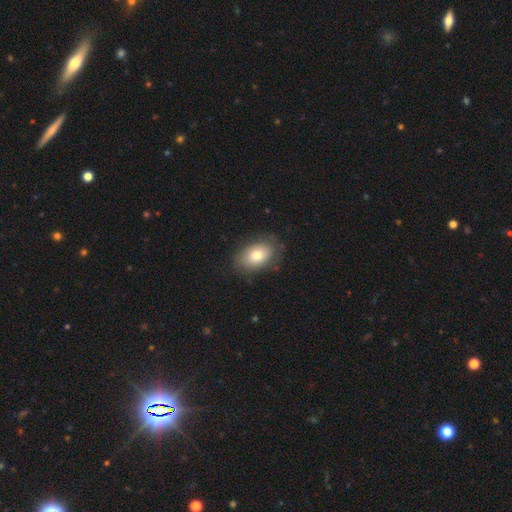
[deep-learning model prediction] Smooth or featured? Predicted: smooth (p=0.77). How rounded? Predicted: in between (p=0.85). Merging? Predicted: none (p=0.81).